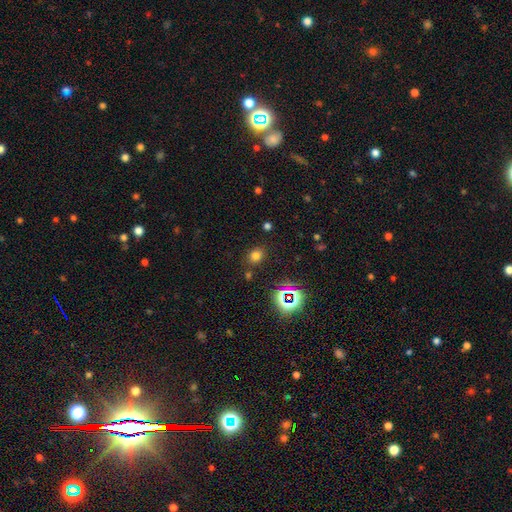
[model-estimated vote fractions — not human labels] Smooth or featured: smooth — 69% (star or artifact — 24%)
How rounded: round — 56% (in between — 43%)
Merging: none — 81% (minor disturbance — 11%)